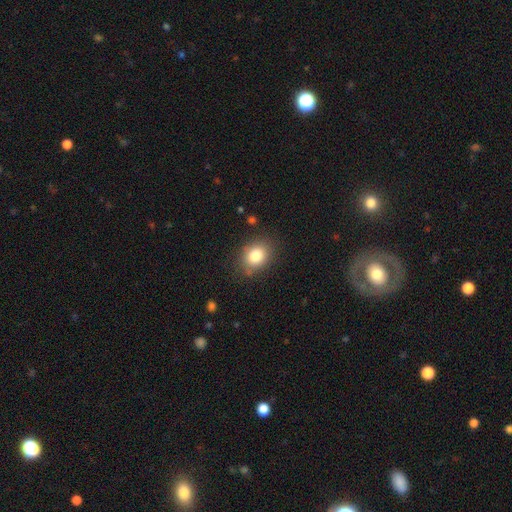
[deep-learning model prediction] smooth 82%, star or artifact 10%, featured or disk 8%. Down the decision tree: how rounded — in between (53%); merging — none (82%).